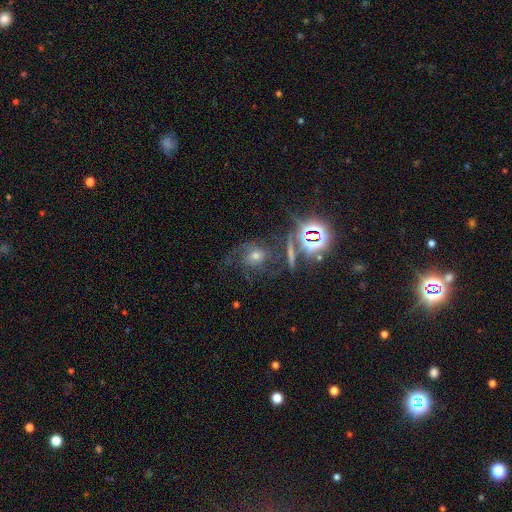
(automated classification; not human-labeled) Smooth or featured?
  - featured or disk: 52% *
  - star or artifact: 29%
  - smooth: 19%
Edge-on disk?
  - no: 94% *
  - yes: 6%
Merging?
  - none: 51% *
  - major disturbance: 24%
  - minor disturbance: 19%
  - merger: 6%